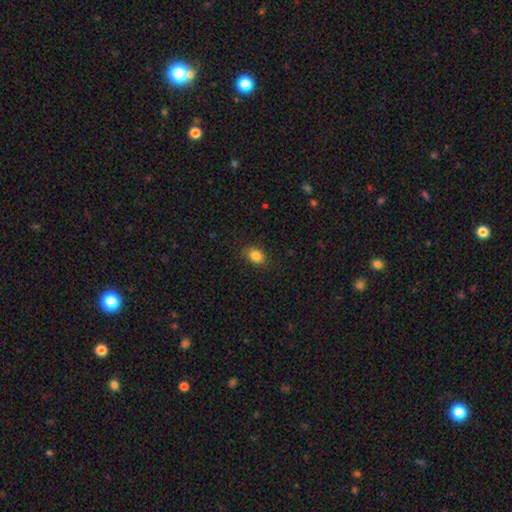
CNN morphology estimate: Smooth or featured? Predicted: smooth (p=0.85). How rounded? Predicted: in between (p=0.69). Merging? Predicted: none (p=0.86).